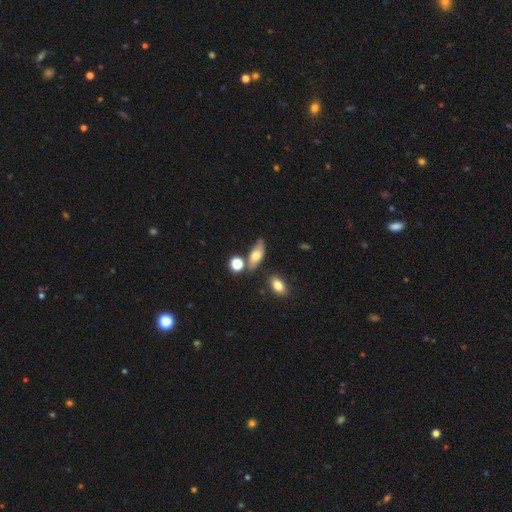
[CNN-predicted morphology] Overall: smooth (66%). How rounded: in between (76%). Merging: none (65%).